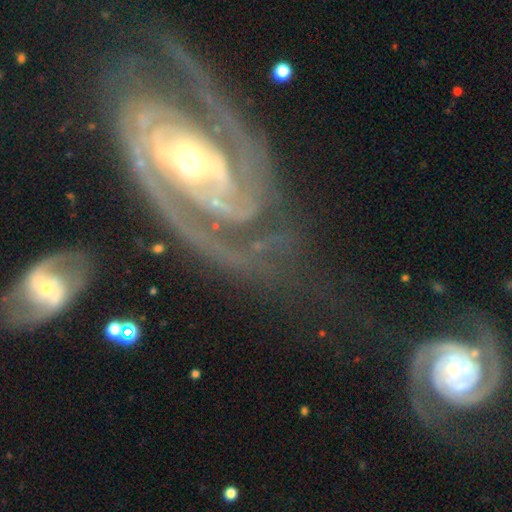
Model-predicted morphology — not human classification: featured or disk 90%, star or artifact 5%, smooth 5%. Down the decision tree: edge-on disk — no (96%); bar — no (40%); spiral arms — yes (97%); spiral arm count — 2 (55%); spiral winding — tight (58%); bulge size — moderate (64%); merging — none (51%).